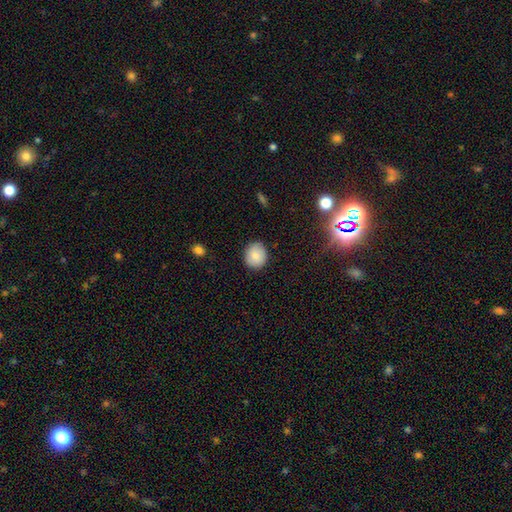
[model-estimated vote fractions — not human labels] This appears to be a smooth galaxy with no disk features (83%) that is round (75%). Merging: none (86%).